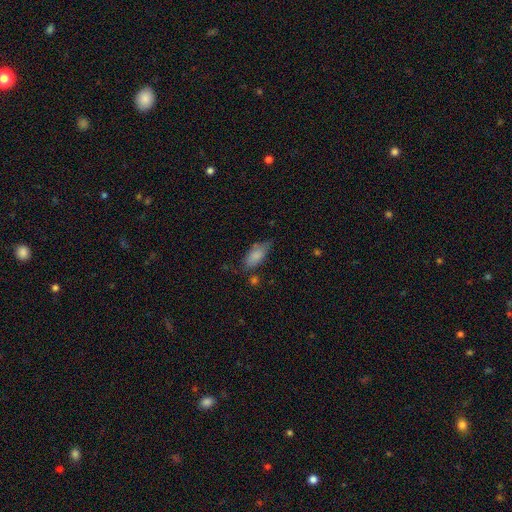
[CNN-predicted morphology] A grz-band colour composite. It shows a smooth galaxy with no disk features (82%) that is in between round and cigar-shaped (84%). Merging: none (56%).